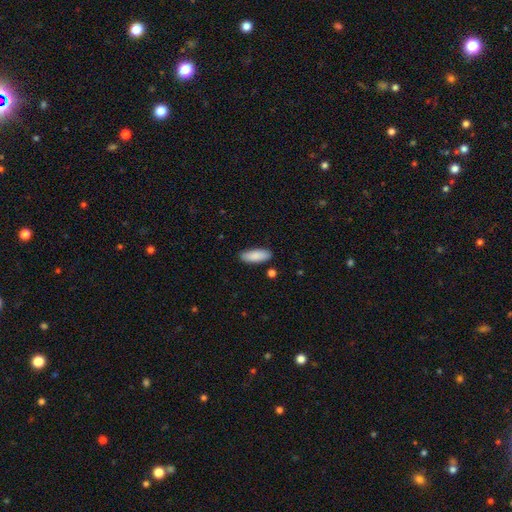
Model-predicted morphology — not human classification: A smooth galaxy with no disk features (88%) that is in between round and cigar-shaped (73%).

Vote fractions:
- Smooth or featured? smooth: 88% / featured or disk: 6% / star or artifact: 6%
- How rounded? in between: 73% / cigar-shaped: 25% / round: 2%
- Merging? none: 85% / minor disturbance: 10% / merger: 2% / major disturbance: 2%